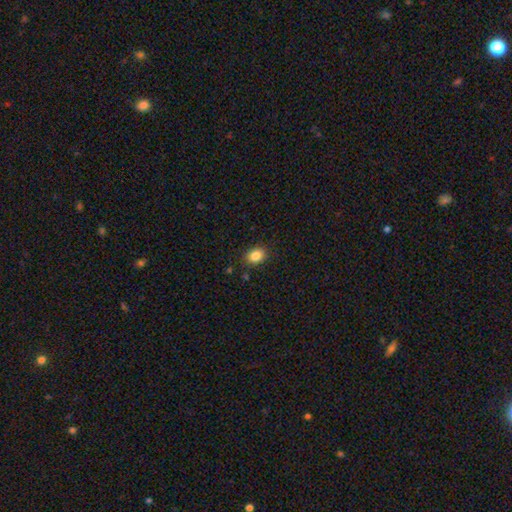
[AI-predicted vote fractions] smooth 86%, star or artifact 9%, featured or disk 5%. Down the decision tree: how rounded — in between (68%); merging — none (86%).